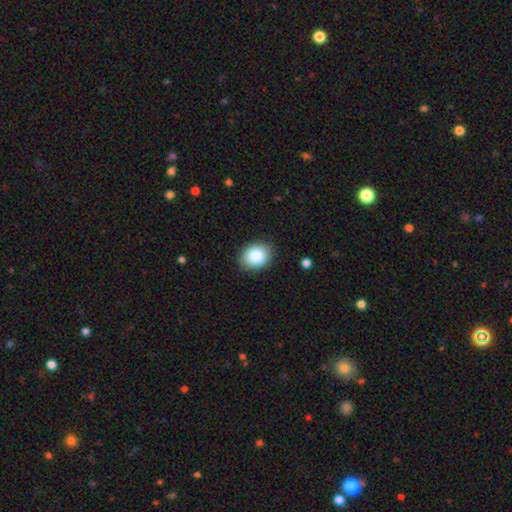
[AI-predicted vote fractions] This is clearly a smooth galaxy (85%). How rounded: possibly round (51%). Merging: clearly none (88%).